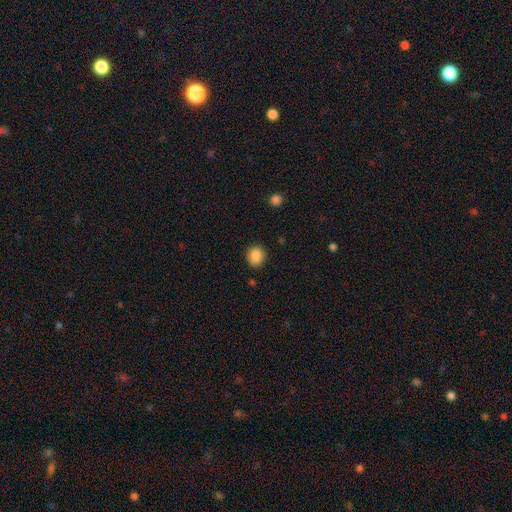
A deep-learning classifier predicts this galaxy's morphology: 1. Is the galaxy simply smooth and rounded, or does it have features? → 87% smooth, 9% star or artifact, 4% featured or disk.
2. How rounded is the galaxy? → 65% round, 34% in between, 1% cigar-shaped.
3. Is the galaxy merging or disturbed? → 87% none, 9% minor disturbance, 2% major disturbance, 1% merger.